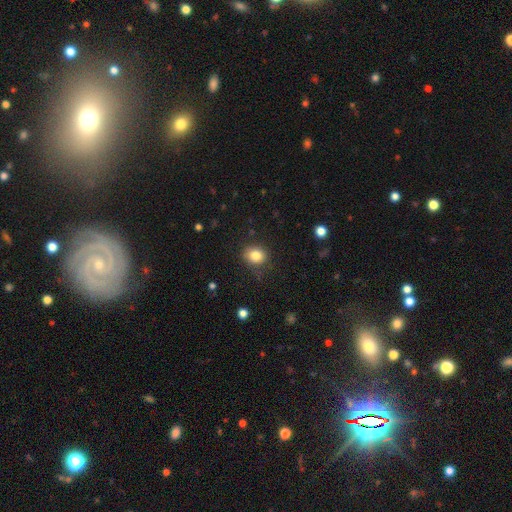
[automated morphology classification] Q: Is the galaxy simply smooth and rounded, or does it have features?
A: smooth — 83%.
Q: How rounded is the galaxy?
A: round — 65%.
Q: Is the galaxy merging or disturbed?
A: none — 79%.